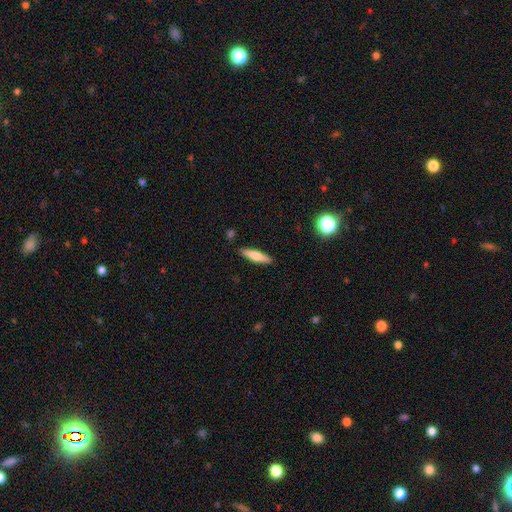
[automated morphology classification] This appears to be a smooth galaxy with no disk features (69%) that is cigar-shaped (79%). Merging: none (88%).